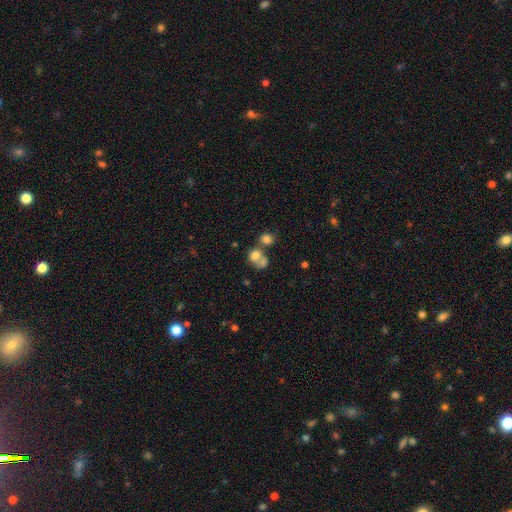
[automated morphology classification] A smooth galaxy with no disk features (70%) that is round (72%). Merging: merger (52%).